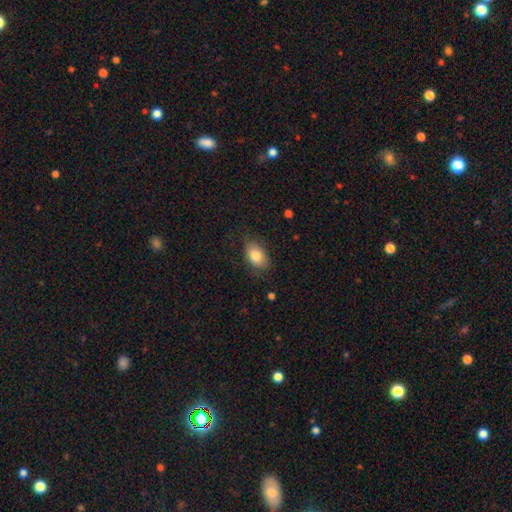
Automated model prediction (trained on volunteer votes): Overall: smooth (82%). How rounded: in between (89%). Merging: none (75%).